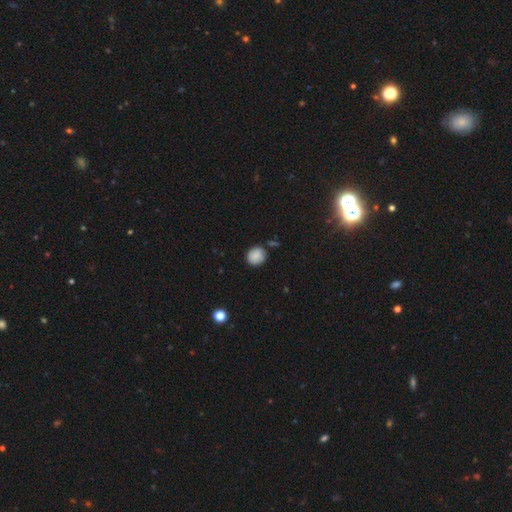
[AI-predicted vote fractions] smooth-or-featured: smooth: 82% | star or artifact: 9% | featured or disk: 9%
  how-rounded: round: 80% | in between: 19% | cigar-shaped: 1%
  merging: none: 75% | minor disturbance: 18% | merger: 4% | major disturbance: 4%